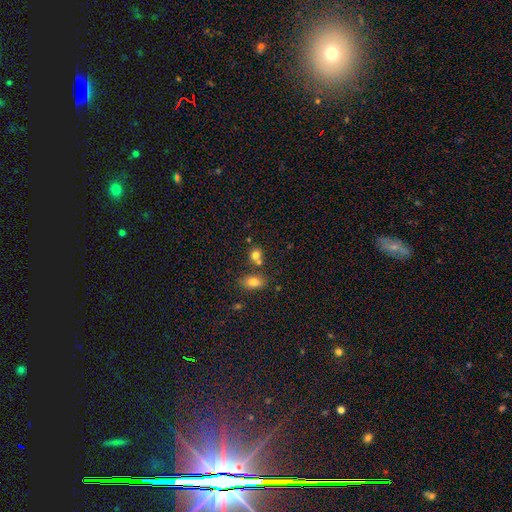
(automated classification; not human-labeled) Q: Smooth or featured?
A: smooth (77%); runner-up: star or artifact (13%)
Q: How rounded?
A: round (65%); runner-up: in between (33%)
Q: Merging?
A: none (55%); runner-up: merger (31%)